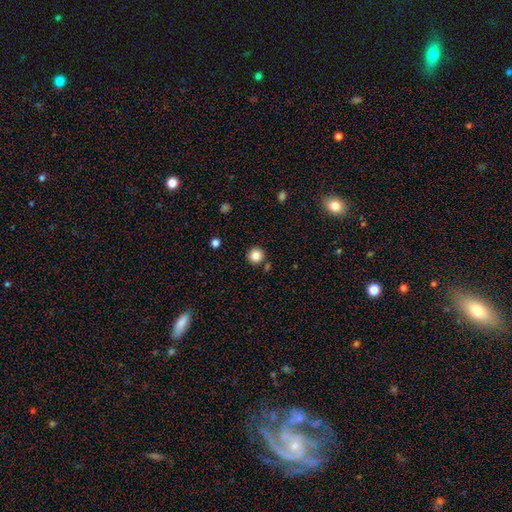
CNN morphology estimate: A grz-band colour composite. It shows a smooth galaxy with no disk features (84%) that is round (95%). Merging: none (88%).